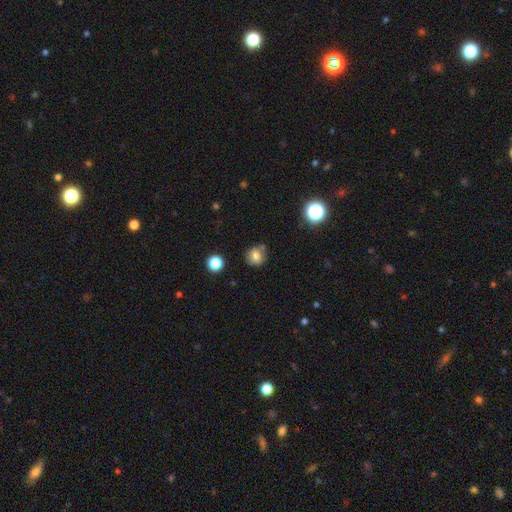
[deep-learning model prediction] Smooth or featured: smooth — 77% (star or artifact — 13%)
How rounded: round — 84% (in between — 15%)
Merging: none — 71% (minor disturbance — 17%)